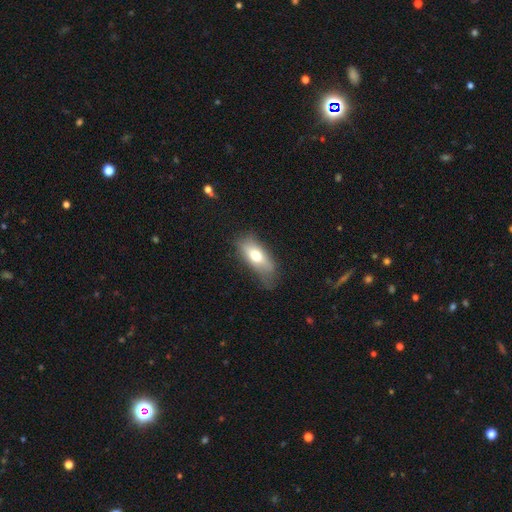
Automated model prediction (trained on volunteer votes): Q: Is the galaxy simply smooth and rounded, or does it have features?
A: smooth — 66%.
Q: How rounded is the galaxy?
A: in between — 79%.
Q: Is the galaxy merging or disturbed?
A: none — 55%.